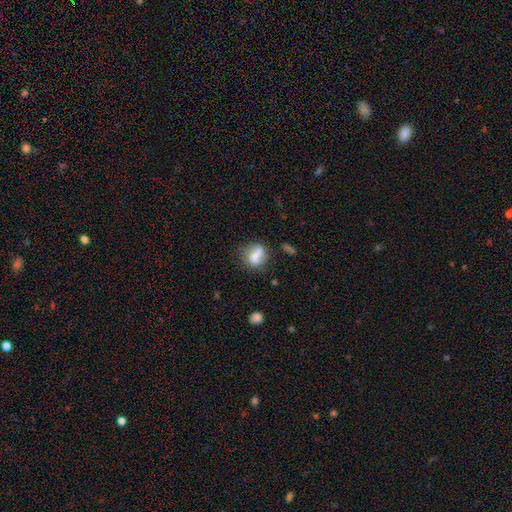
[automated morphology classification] Smooth or featured? smooth (63%)
How rounded? in between (48%)
Merging? none (53%)